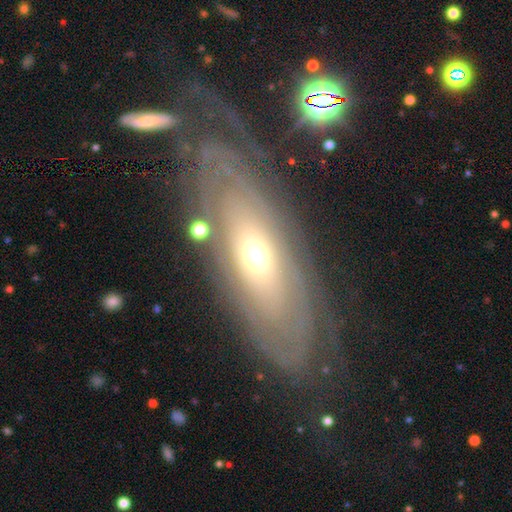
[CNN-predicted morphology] The model was most divided on "spiral arms": yes: 64%, no: 36%. More confident: bar — no (84%); edge-on disk — no (83%); smooth or featured — featured or disk (74%); merging — none (71%); bulge size — moderate (59%).